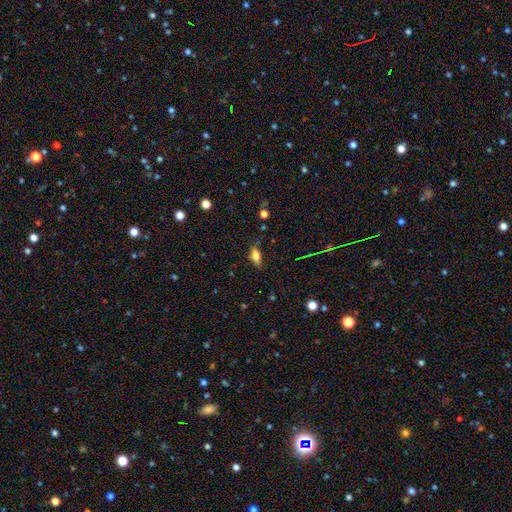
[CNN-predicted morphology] smooth 71%, featured or disk 18%, star or artifact 11%. Down the decision tree: how rounded — in between (81%); merging — none (69%).